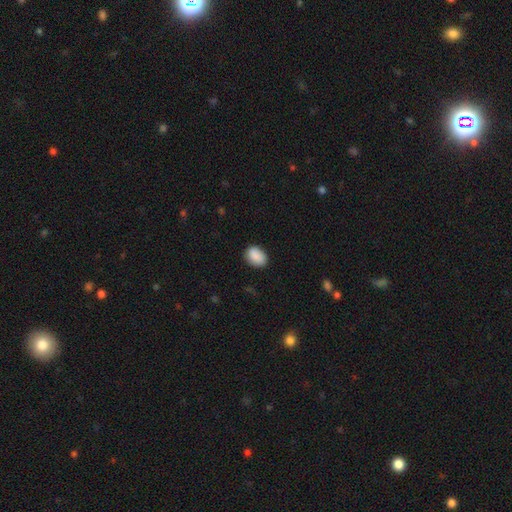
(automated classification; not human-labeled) A smooth galaxy with no disk features (90%) that is in between round and cigar-shaped (77%). Merging: none (86%).